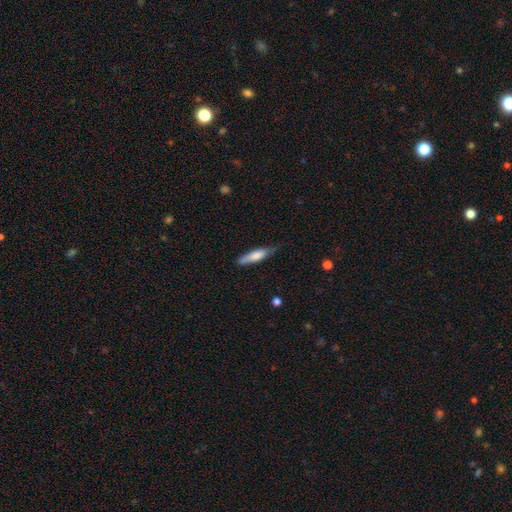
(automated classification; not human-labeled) Smooth or featured?
  - smooth: 72% *
  - featured or disk: 23%
  - star or artifact: 6%
How rounded?
  - cigar-shaped: 71% *
  - in between: 27%
  - round: 2%
Merging?
  - none: 66% *
  - minor disturbance: 27%
  - major disturbance: 5%
  - merger: 2%